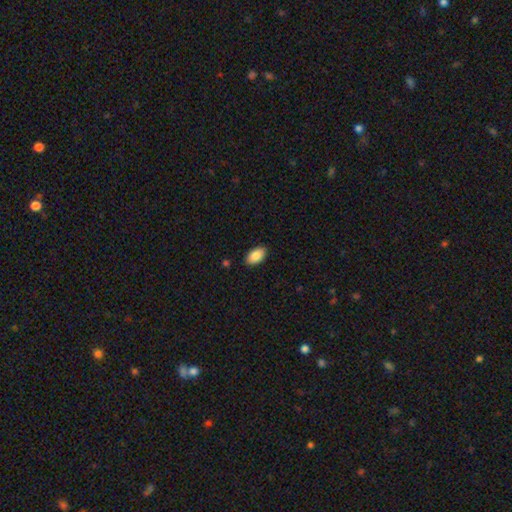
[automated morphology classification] This is clearly a smooth galaxy (87%). How rounded: clearly in between (94%). Merging: clearly none (89%).